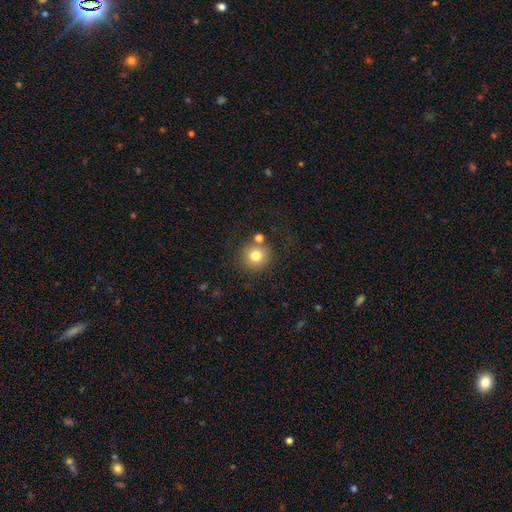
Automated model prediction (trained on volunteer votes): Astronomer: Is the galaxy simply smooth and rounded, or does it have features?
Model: smooth — 79%.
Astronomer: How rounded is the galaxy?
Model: round — 92%.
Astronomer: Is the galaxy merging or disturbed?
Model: none — 77%.